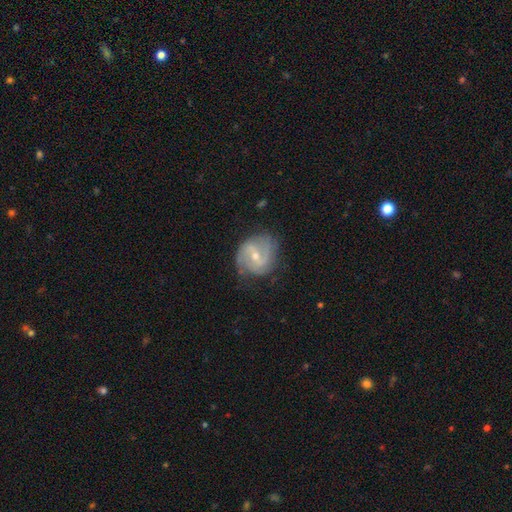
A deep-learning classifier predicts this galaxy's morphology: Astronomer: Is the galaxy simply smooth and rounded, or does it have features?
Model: featured or disk — 83%.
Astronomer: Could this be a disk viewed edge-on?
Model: no — 98%.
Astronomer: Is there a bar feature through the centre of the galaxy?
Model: weak — 56%.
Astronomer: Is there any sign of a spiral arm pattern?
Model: yes — 95%.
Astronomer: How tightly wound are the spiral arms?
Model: medium — 48% (runner-up: tight, 35%).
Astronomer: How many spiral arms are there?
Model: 2 — 69%.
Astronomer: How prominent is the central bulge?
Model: small — 49% (runner-up: moderate, 47%).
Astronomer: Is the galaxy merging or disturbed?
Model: none — 71%.